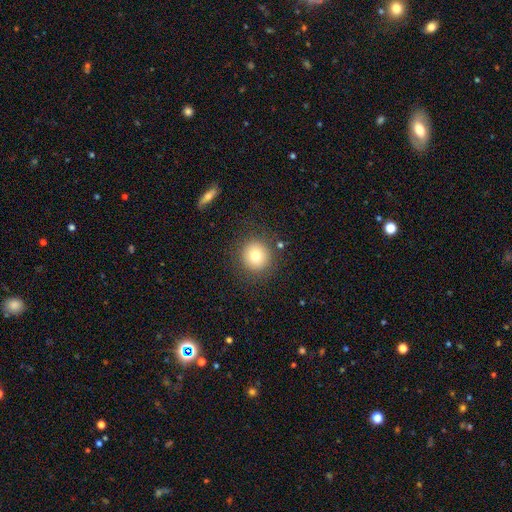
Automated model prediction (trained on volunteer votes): A smooth galaxy with no disk features (77%) that is round (92%). Merging: none (86%).